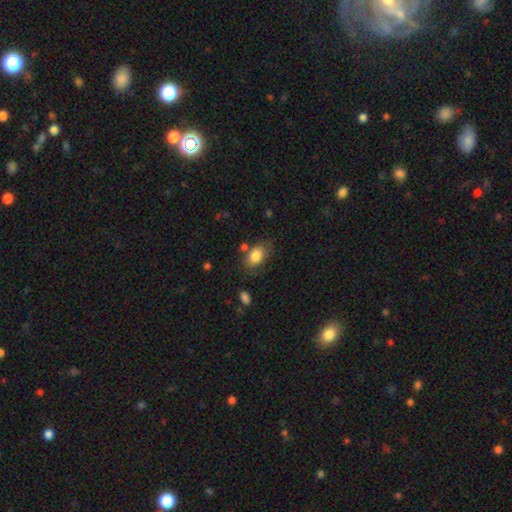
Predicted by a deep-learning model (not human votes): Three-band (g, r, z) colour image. It shows a smooth galaxy with no disk features (83%) that is in between round and cigar-shaped (85%). Merging: none (69%).